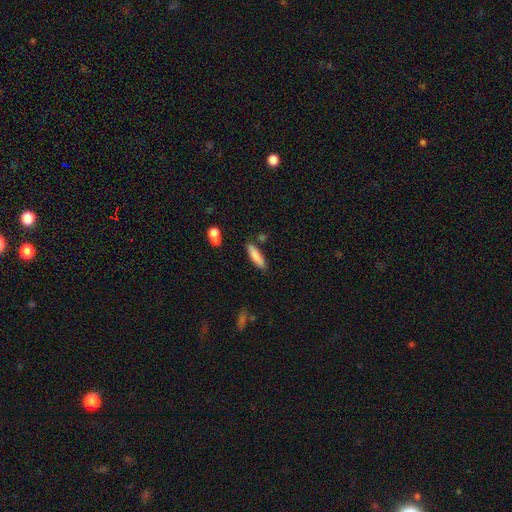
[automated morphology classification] Smooth or featured? Predicted: smooth (p=0.83). How rounded? Predicted: cigar-shaped (p=0.68). Merging? Predicted: none (p=0.82).